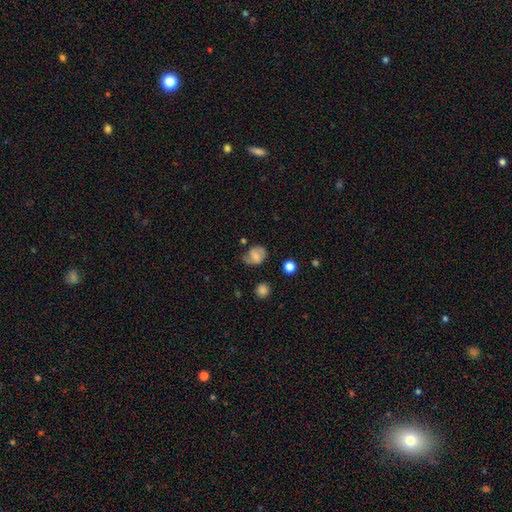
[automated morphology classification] A smooth galaxy with no disk features (56%) that is round (55%). Merging: none (58%).